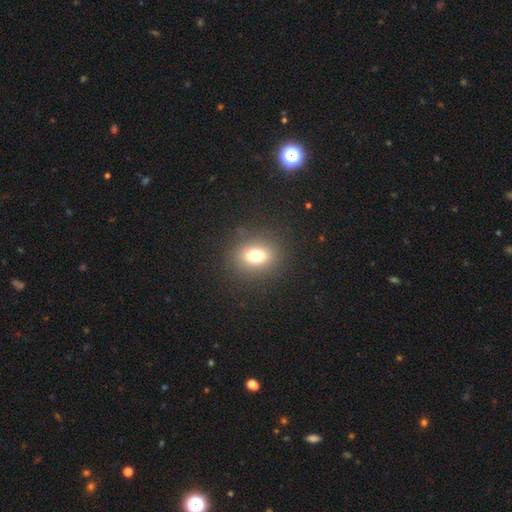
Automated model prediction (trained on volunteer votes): This is likely a smooth galaxy (75%). How rounded: possibly in between (53%). Merging: clearly none (86%).